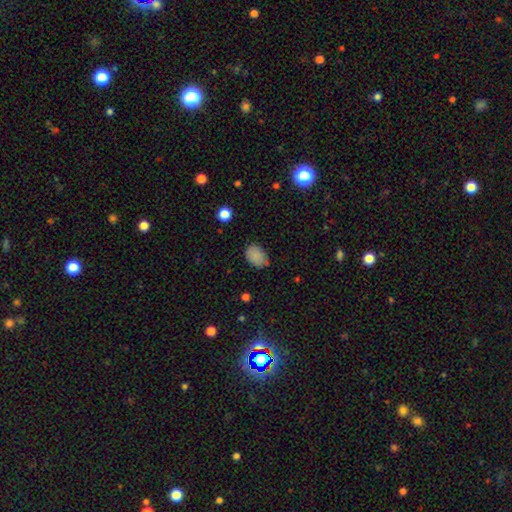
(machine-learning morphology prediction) smooth_or_featured: smooth (p=0.86) [alt: star or artifact p=0.09]
how_rounded: in between (p=0.83) [alt: round p=0.16]
merging: none (p=0.75) [alt: minor disturbance p=0.20]